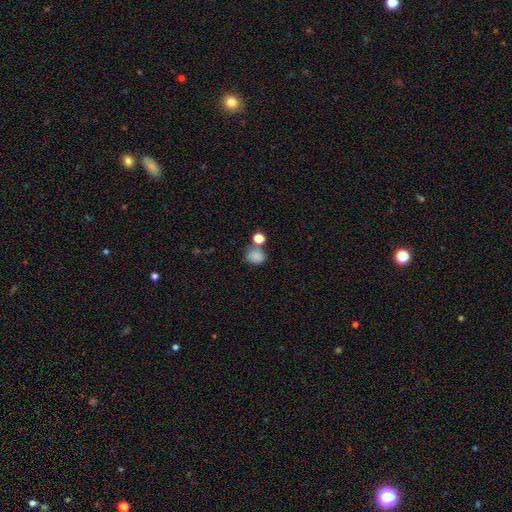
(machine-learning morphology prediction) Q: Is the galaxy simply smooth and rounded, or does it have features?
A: smooth — 83%.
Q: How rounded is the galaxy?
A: round — 66%.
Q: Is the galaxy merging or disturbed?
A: none — 55%.